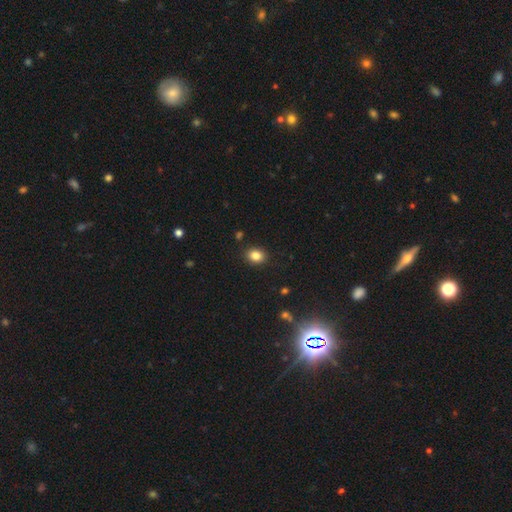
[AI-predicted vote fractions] smooth 85%, star or artifact 11%, featured or disk 5%. Down the decision tree: how rounded — round (50%); merging — none (88%).